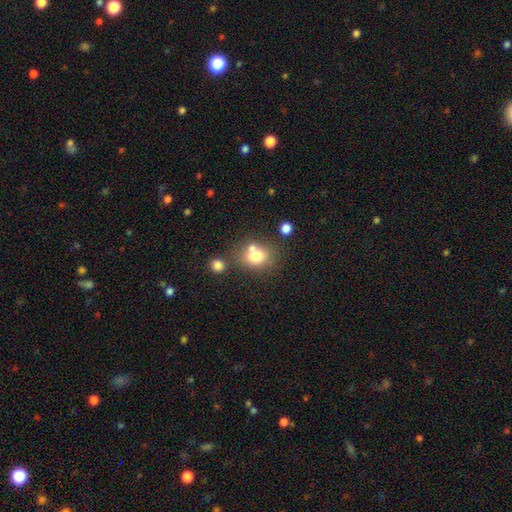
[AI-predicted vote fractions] Smooth or featured?
  - smooth: 74% *
  - featured or disk: 14%
  - star or artifact: 12%
How rounded?
  - round: 63% *
  - in between: 36%
  - cigar-shaped: 1%
Merging?
  - none: 54% *
  - merger: 27%
  - minor disturbance: 14%
  - major disturbance: 6%